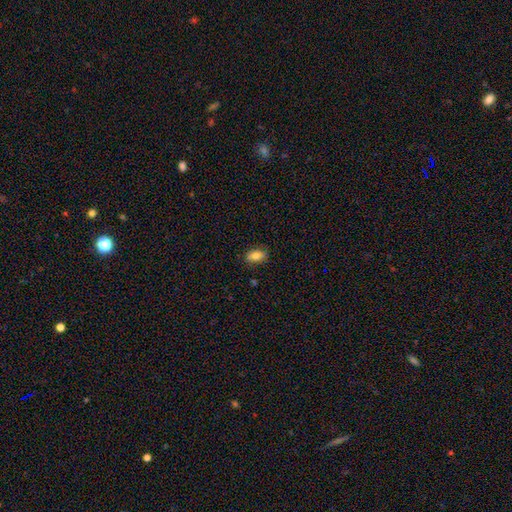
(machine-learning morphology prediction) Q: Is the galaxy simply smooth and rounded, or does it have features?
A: smooth — 81%.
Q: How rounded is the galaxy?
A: in between — 88%.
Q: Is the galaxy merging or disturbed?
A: none — 85%.